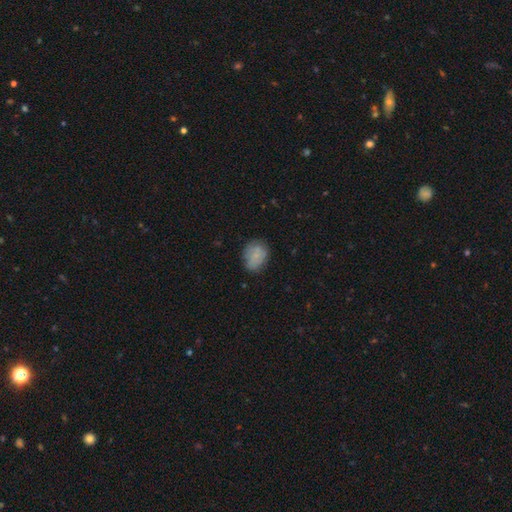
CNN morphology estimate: A smooth galaxy with no disk features (72%) that is in between round and cigar-shaped (56%). Merging: none (70%).